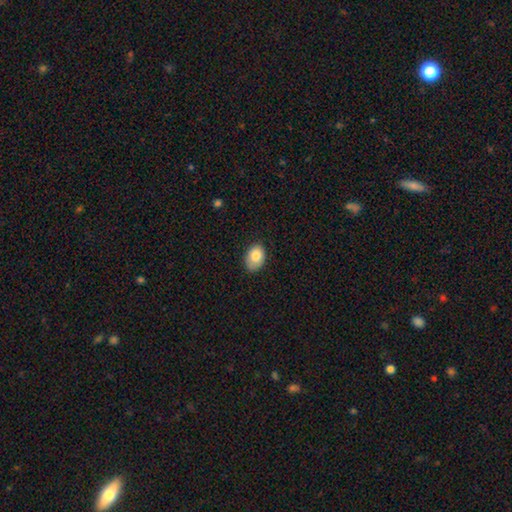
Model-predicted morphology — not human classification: Overall: smooth (83%). How rounded: in between (78%). Merging: none (73%).